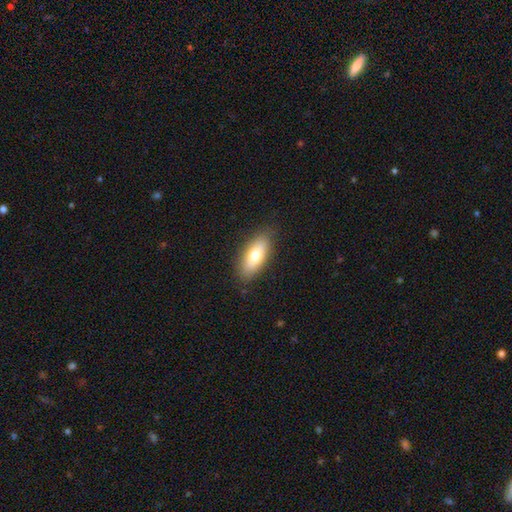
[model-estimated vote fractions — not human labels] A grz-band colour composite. It shows a smooth galaxy with no disk features (74%) that is in between round and cigar-shaped (79%). Merging: none (86%).